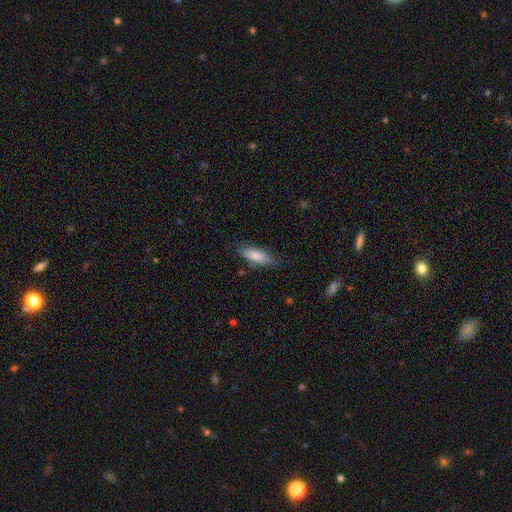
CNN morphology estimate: Smooth or featured? Predicted: smooth (p=0.82). How rounded? Predicted: in between (p=0.67). Merging? Predicted: none (p=0.79).